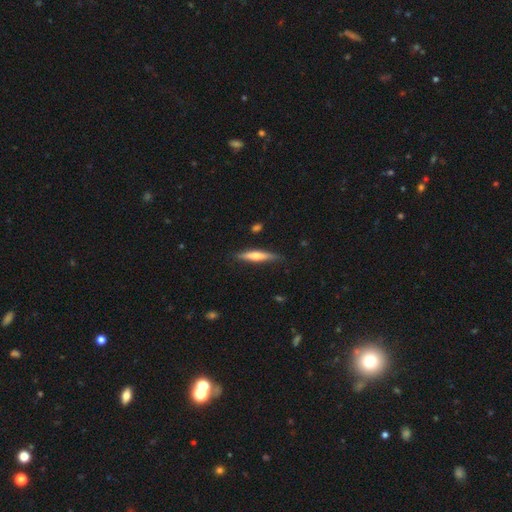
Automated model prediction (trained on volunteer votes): Q: Smooth or featured?
A: smooth (52%); runner-up: featured or disk (42%)
Q: How rounded?
A: cigar-shaped (86%); runner-up: in between (12%)
Q: Merging?
A: none (83%); runner-up: minor disturbance (13%)